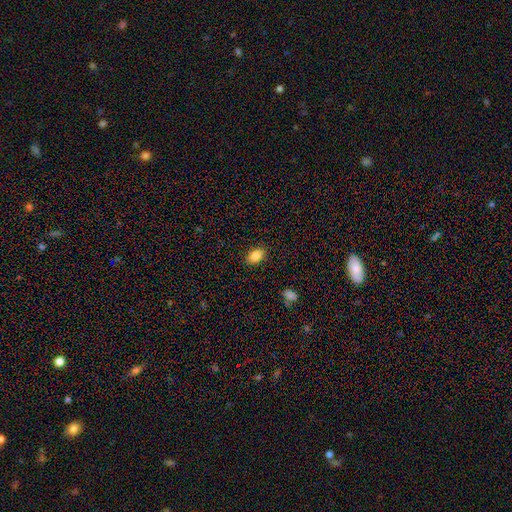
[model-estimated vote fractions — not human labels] This appears to be a smooth galaxy with no disk features (84%) that is in between round and cigar-shaped (87%). Merging: none (88%).